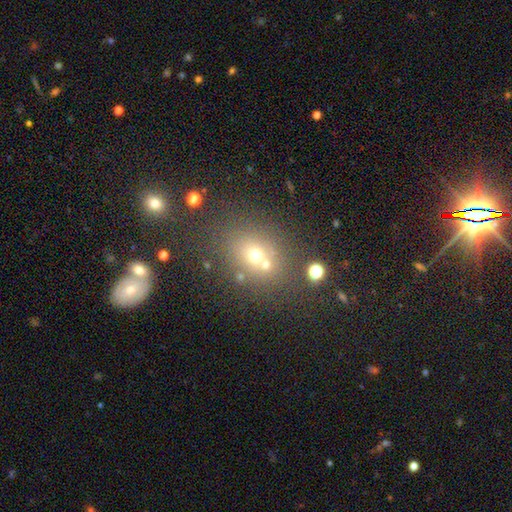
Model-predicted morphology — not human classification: Smooth or featured: smooth — 61% (star or artifact — 22%)
How rounded: round — 60% (in between — 39%)
Merging: none — 59% (merger — 24%)